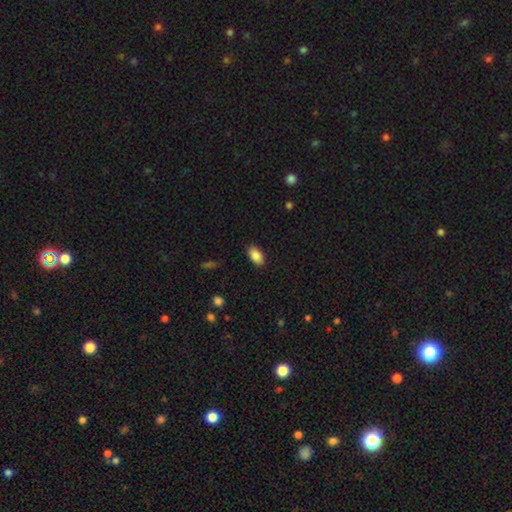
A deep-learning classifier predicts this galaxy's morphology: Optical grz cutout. It shows a smooth galaxy with no disk features (88%) that is in between round and cigar-shaped (94%). Merging: none (88%).